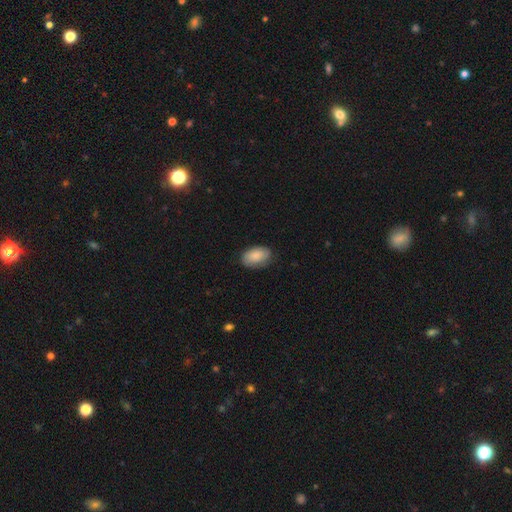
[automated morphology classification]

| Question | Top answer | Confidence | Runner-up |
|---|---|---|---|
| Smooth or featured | smooth | 80% | featured or disk (14%) |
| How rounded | in between | 91% | round (8%) |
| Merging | none | 79% | minor disturbance (17%) |